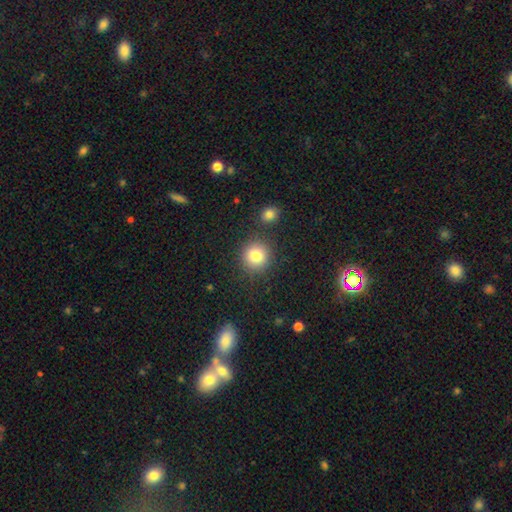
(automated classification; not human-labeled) smooth_or_featured: smooth (p=0.82) [alt: star or artifact p=0.11]
how_rounded: round (p=0.90) [alt: in between p=0.09]
merging: none (p=0.83) [alt: minor disturbance p=0.08]